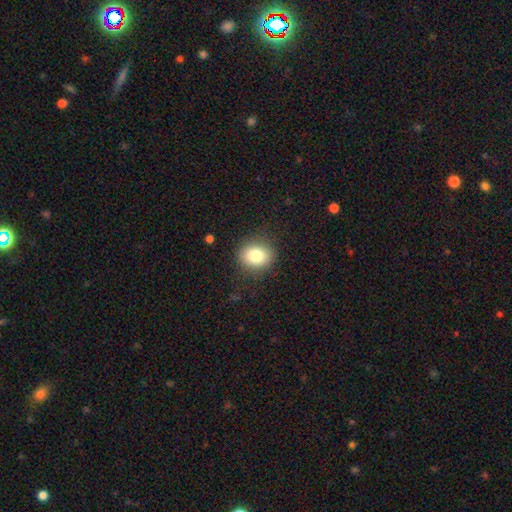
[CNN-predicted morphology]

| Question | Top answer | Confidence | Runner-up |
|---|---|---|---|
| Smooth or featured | smooth | 81% | star or artifact (10%) |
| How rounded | round | 68% | in between (31%) |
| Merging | none | 86% | minor disturbance (9%) |